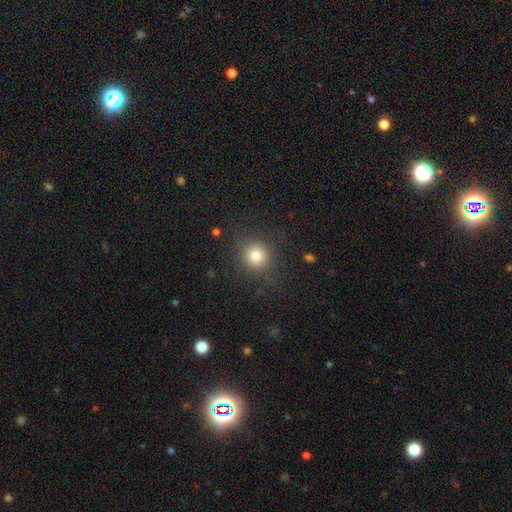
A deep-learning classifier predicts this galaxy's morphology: A smooth galaxy with no disk features (79%) that is round (90%). Merging: none (83%).